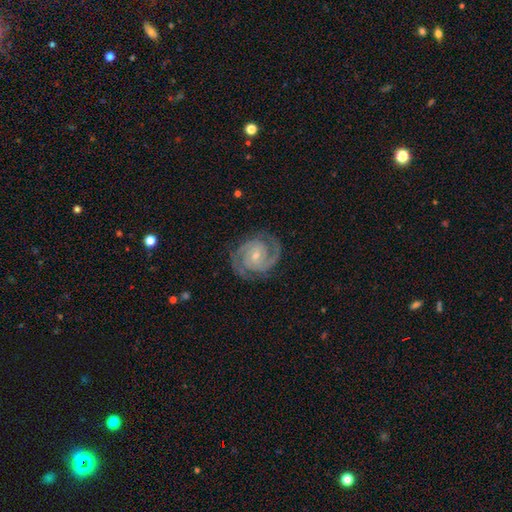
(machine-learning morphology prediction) This appears to be a featured or disk galaxy (92%) with no bar (54%), 2 (80%) tight (63%) spiral arms (98%) and a small central bulge (70%). Merging: none (82%).